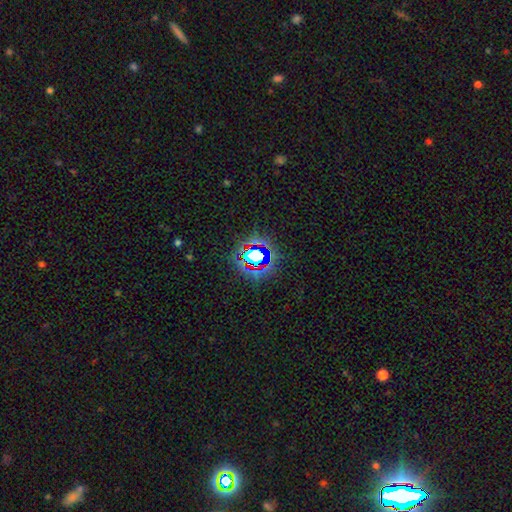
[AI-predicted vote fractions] star or artifact 65%, smooth 23%, featured or disk 12%.